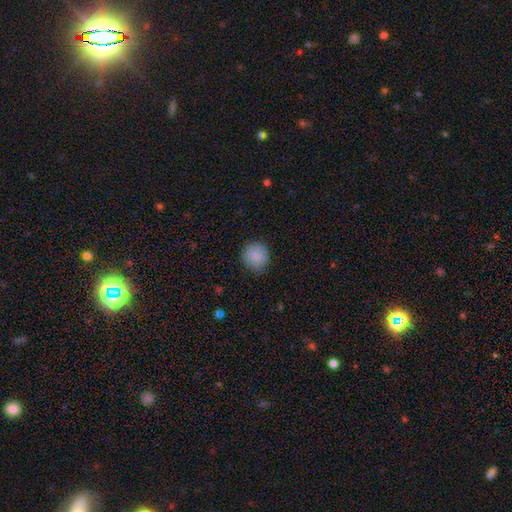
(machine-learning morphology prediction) A smooth galaxy with no disk features (87%) that is round (89%). Merging: none (84%).